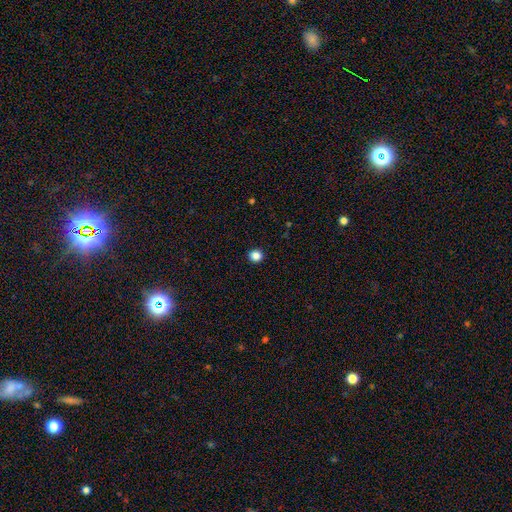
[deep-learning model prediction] A smooth galaxy with no disk features (86%) that is round (91%). Merging: none (93%).